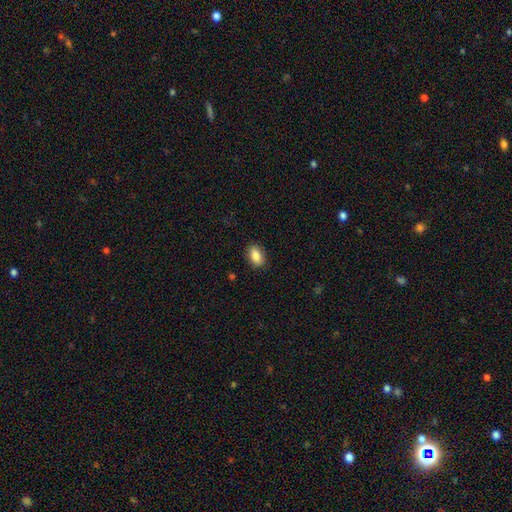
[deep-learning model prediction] A smooth galaxy with no disk features (86%) that is in between round and cigar-shaped (88%).

Vote fractions:
- Smooth or featured? smooth: 86% / star or artifact: 8% / featured or disk: 6%
- How rounded? in between: 88% / round: 10% / cigar-shaped: 2%
- Merging? none: 88% / minor disturbance: 9% / major disturbance: 2% / merger: 1%